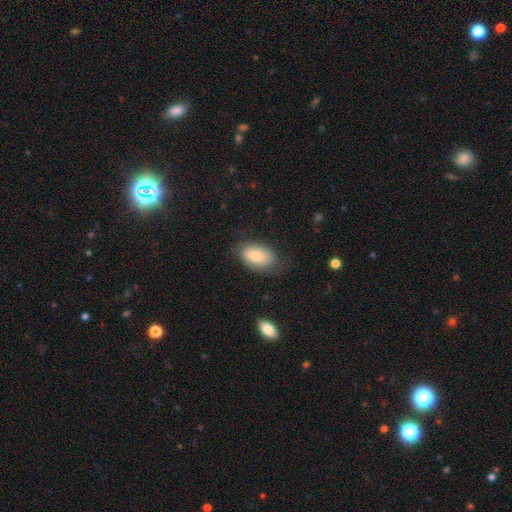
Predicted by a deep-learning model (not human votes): This appears to be a smooth galaxy with no disk features (77%) that is in between round and cigar-shaped (92%). Merging: none (70%).